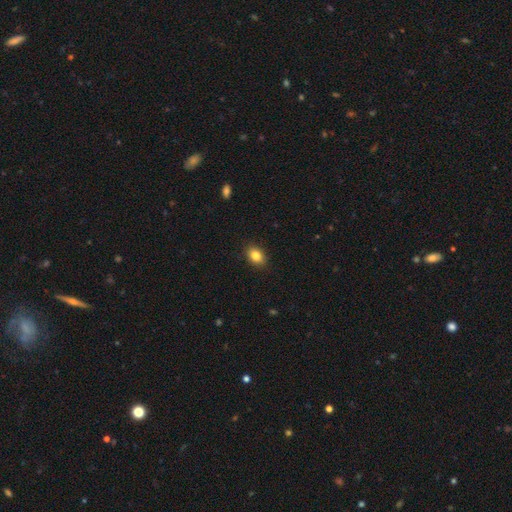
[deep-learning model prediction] This appears to be a smooth galaxy with no disk features (84%) that is in between round and cigar-shaped (74%). Merging: none (89%).